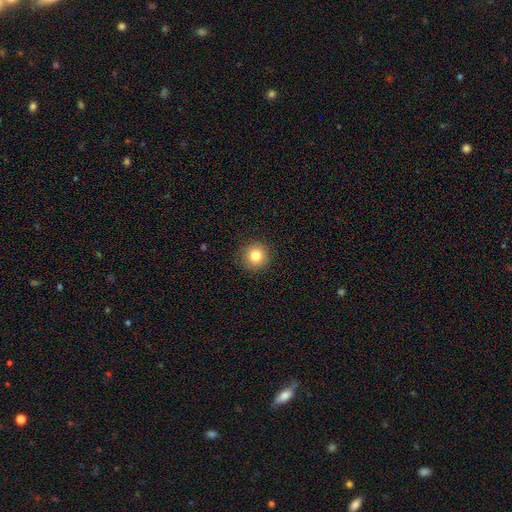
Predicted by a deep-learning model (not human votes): Smooth or featured? Predicted: smooth (p=0.81). How rounded? Predicted: round (p=0.94). Merging? Predicted: none (p=0.91).